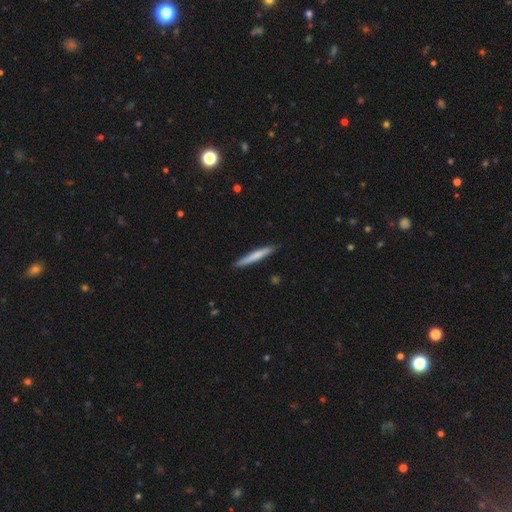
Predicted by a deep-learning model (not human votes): smooth-or-featured: smooth: 68% | featured or disk: 26% | star or artifact: 5%
  how-rounded: cigar-shaped: 96% | in between: 3% | round: 1%
  merging: none: 88% | minor disturbance: 10% | major disturbance: 2% | merger: 1%